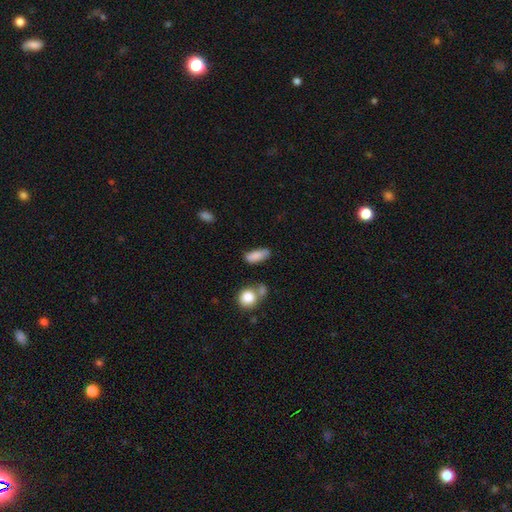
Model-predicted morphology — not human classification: type=smooth (82%); roundness=in between (75%); merging=none (60%).